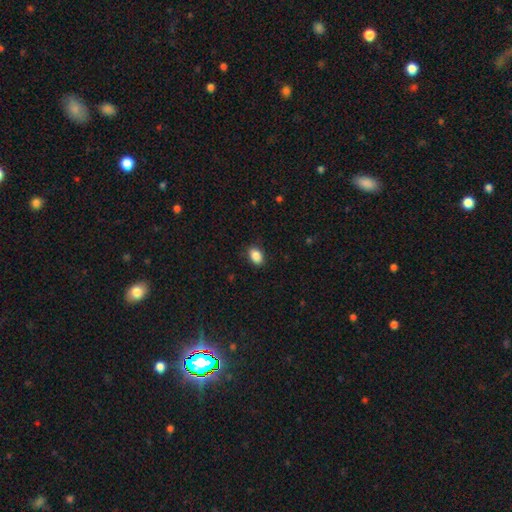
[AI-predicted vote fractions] Smooth or featured? Predicted: smooth (p=0.88). How rounded? Predicted: in between (p=0.86). Merging? Predicted: none (p=0.87).